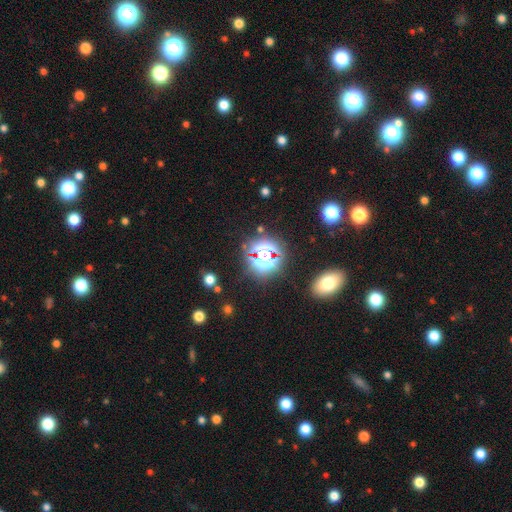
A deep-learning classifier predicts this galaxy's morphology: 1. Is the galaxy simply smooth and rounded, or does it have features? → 72% star or artifact, 19% smooth, 9% featured or disk.